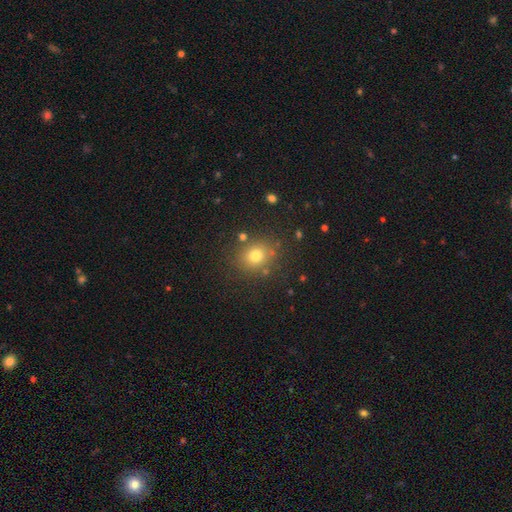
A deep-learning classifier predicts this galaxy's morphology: Smooth or featured?
  - smooth: 74% *
  - star or artifact: 16%
  - featured or disk: 10%
How rounded?
  - round: 71% *
  - in between: 28%
  - cigar-shaped: 1%
Merging?
  - none: 81% *
  - minor disturbance: 10%
  - merger: 5%
  - major disturbance: 4%